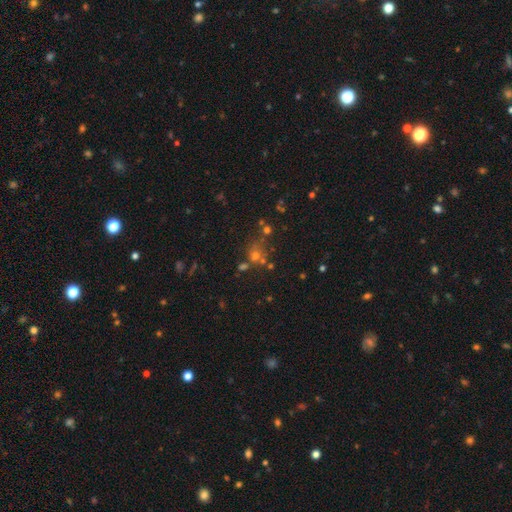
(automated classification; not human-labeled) This appears to be a smooth galaxy with no disk features (48%). Merging: none (56%).